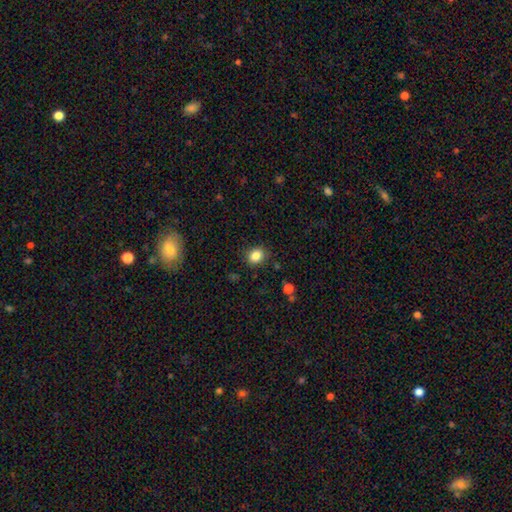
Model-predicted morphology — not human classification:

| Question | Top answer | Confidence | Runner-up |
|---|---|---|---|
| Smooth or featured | smooth | 84% | star or artifact (11%) |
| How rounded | round | 56% | in between (43%) |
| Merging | none | 86% | minor disturbance (10%) |